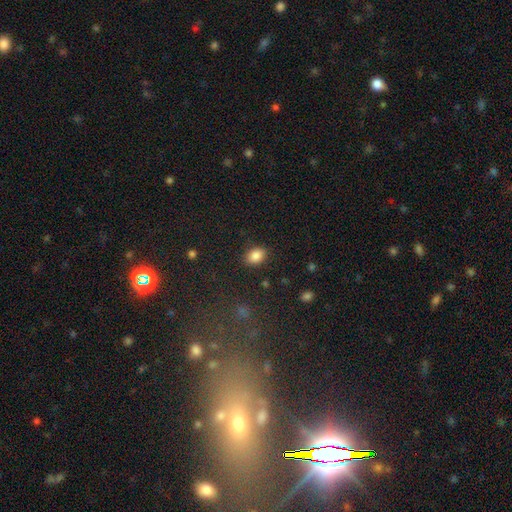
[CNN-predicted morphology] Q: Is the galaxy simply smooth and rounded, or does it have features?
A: smooth — 86%.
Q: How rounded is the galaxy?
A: in between — 76%.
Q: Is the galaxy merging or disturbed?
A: none — 87%.